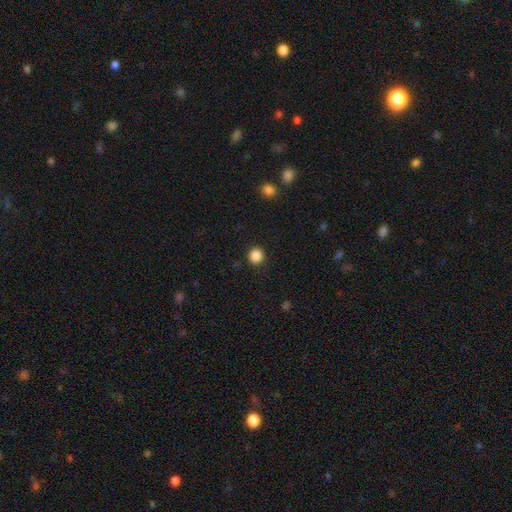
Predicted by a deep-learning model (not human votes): smooth 86%, star or artifact 11%, featured or disk 3%. Down the decision tree: how rounded — round (92%); merging — none (91%).